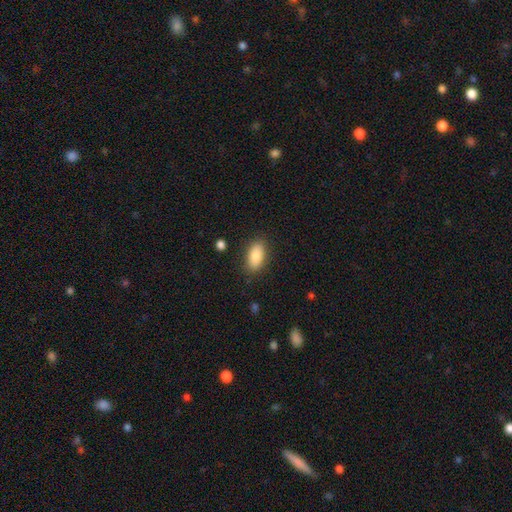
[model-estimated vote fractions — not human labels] This is clearly a smooth galaxy (86%). How rounded: clearly in between (92%). Merging: clearly none (85%).